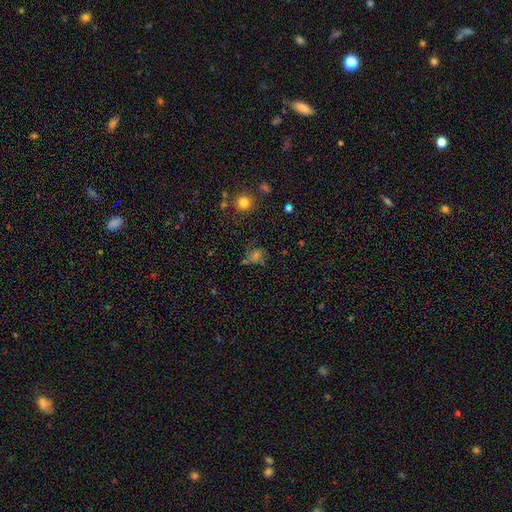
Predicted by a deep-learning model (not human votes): Q: Smooth or featured?
A: smooth (38%); runner-up: star or artifact (35%)
Q: Merging?
A: none (59%); runner-up: minor disturbance (20%)